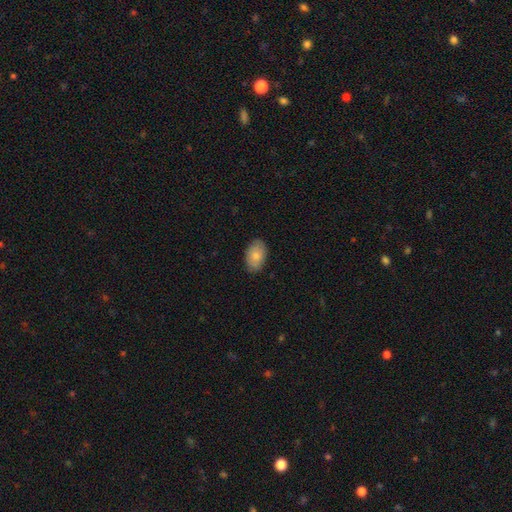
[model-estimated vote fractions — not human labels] Q: Smooth or featured?
A: smooth (82%); runner-up: featured or disk (11%)
Q: How rounded?
A: in between (91%); runner-up: round (8%)
Q: Merging?
A: none (85%); runner-up: minor disturbance (12%)